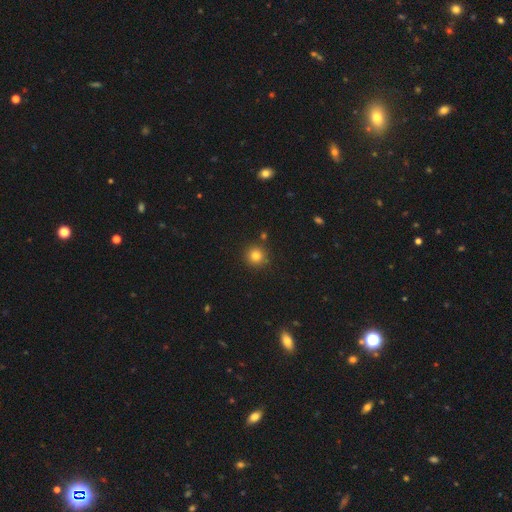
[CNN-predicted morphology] Smooth or featured? smooth (81%)
How rounded? round (94%)
Merging? none (88%)